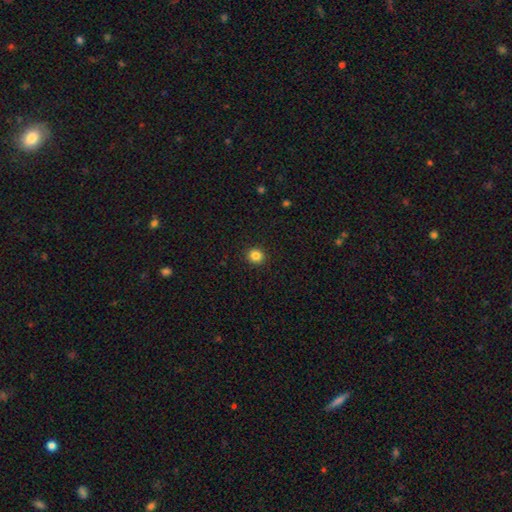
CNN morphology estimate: Overall: smooth (84%). How rounded: round (87%). Merging: none (92%).